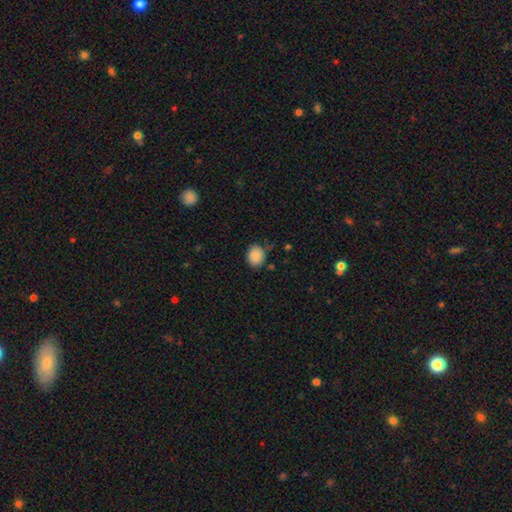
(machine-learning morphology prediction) Smooth or featured?
  - smooth: 88% *
  - star or artifact: 9%
  - featured or disk: 4%
How rounded?
  - round: 62% *
  - in between: 37%
  - cigar-shaped: 1%
Merging?
  - none: 75% *
  - minor disturbance: 19%
  - major disturbance: 4%
  - merger: 2%